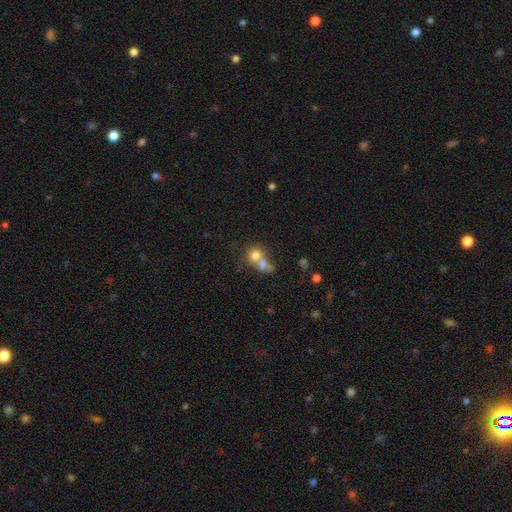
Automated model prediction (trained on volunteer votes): Smooth or featured?
  - smooth: 72% *
  - featured or disk: 16%
  - star or artifact: 11%
How rounded?
  - round: 78% *
  - in between: 21%
  - cigar-shaped: 1%
Merging?
  - merger: 61% *
  - none: 29%
  - minor disturbance: 7%
  - major disturbance: 4%